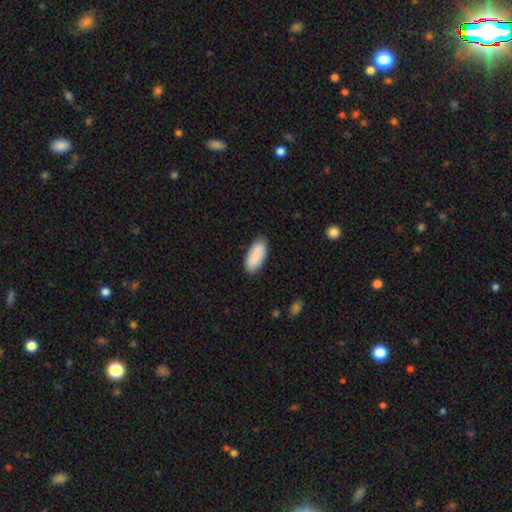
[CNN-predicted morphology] smooth_or_featured: smooth (p=0.88) [alt: featured or disk p=0.06]
how_rounded: in between (p=0.92) [alt: cigar-shaped p=0.06]
merging: none (p=0.85) [alt: minor disturbance p=0.11]